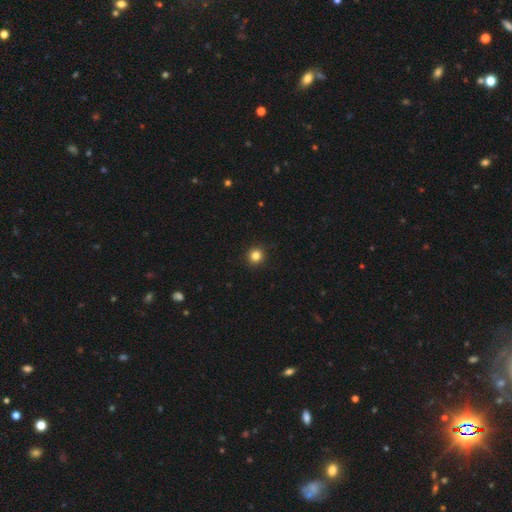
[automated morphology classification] smooth_or_featured: smooth (p=0.83) [alt: star or artifact p=0.12]
how_rounded: round (p=0.92) [alt: in between p=0.07]
merging: none (p=0.92) [alt: minor disturbance p=0.05]